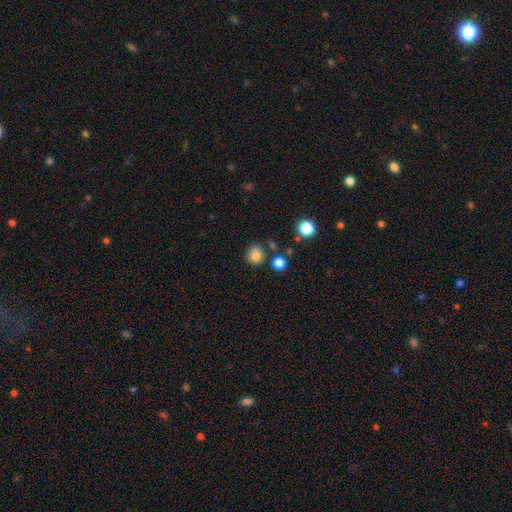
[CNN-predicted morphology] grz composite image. It shows a smooth galaxy with no disk features (81%) that is round (83%). Merging: none (77%).